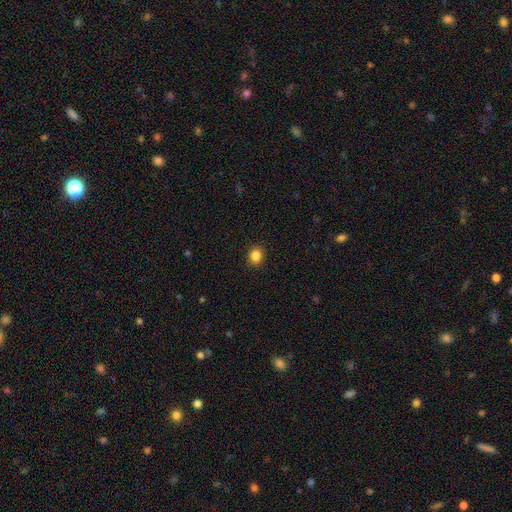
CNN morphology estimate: This appears to be a smooth galaxy with no disk features (85%) that is round (64%). Merging: none (91%).